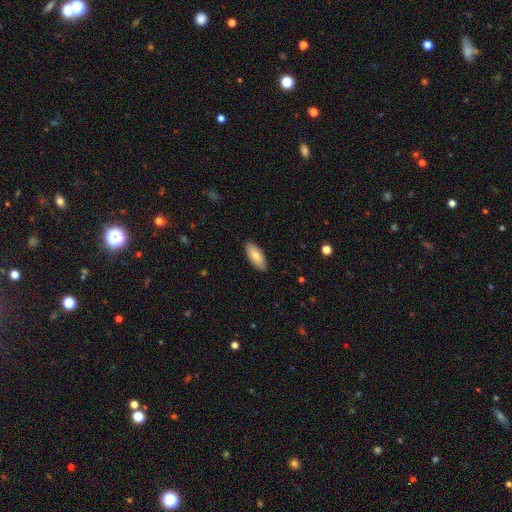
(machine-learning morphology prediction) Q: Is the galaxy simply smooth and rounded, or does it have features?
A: smooth — 77%.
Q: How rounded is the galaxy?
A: in between — 81%.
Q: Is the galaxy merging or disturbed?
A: none — 89%.